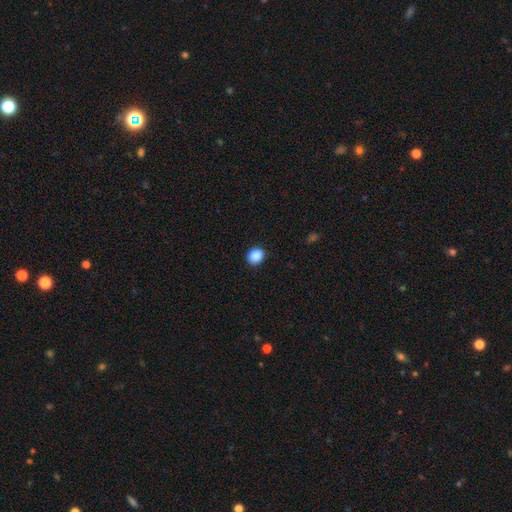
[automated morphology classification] Smooth or featured? smooth (89%)
How rounded? round (73%)
Merging? none (90%)